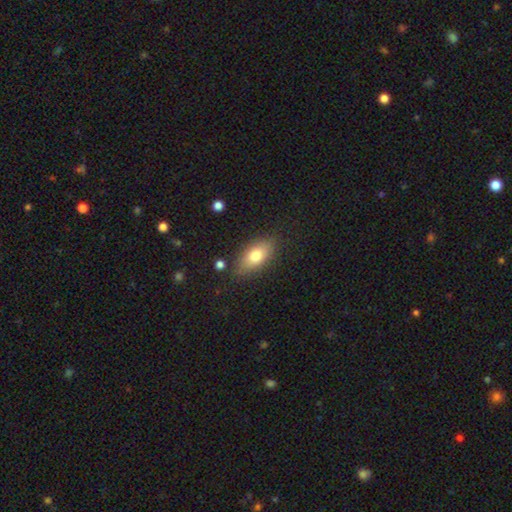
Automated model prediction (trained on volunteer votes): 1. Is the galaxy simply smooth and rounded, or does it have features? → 77% smooth, 16% featured or disk, 8% star or artifact.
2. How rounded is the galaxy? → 87% in between, 7% cigar-shaped, 5% round.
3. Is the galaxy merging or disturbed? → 81% none, 14% minor disturbance, 3% major disturbance, 2% merger.